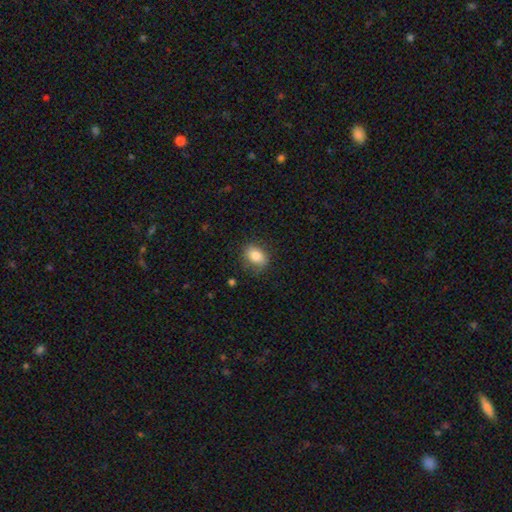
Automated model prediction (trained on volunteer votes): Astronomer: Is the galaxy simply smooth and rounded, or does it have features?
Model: smooth — 82%.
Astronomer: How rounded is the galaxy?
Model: in between — 71%.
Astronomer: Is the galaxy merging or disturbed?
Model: none — 78%.